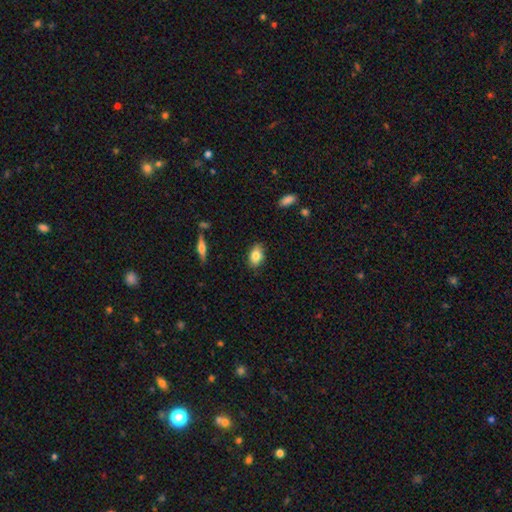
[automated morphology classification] Overall: smooth (81%). How rounded: in between (87%). Merging: none (84%).